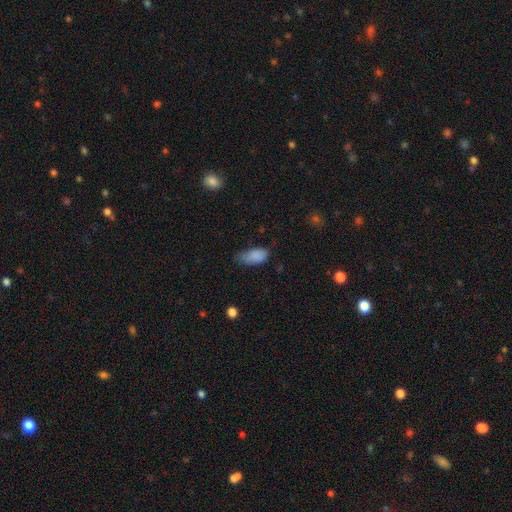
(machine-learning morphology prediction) Smooth or featured?
  - smooth: 85% *
  - star or artifact: 8%
  - featured or disk: 7%
How rounded?
  - in between: 92% *
  - cigar-shaped: 5%
  - round: 3%
Merging?
  - none: 46% *
  - minor disturbance: 40%
  - major disturbance: 12%
  - merger: 2%